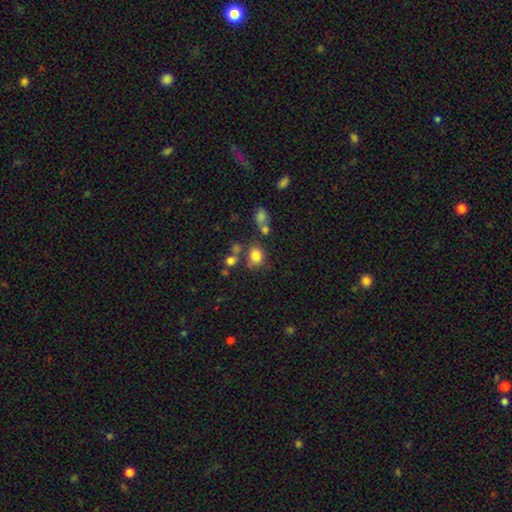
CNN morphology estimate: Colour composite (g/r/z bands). It shows a smooth galaxy with no disk features (80%) that is round (59%). Merging: none (61%).